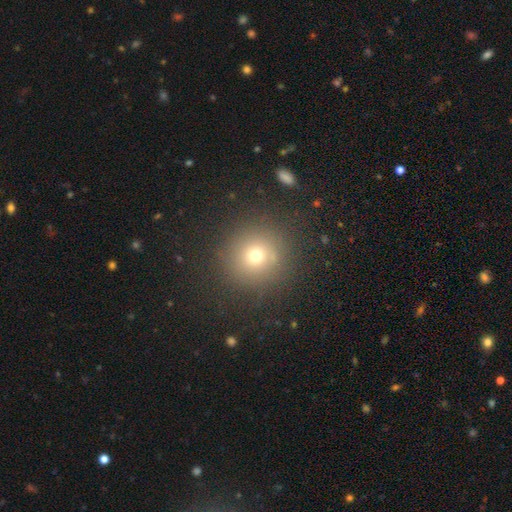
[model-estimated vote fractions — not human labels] Overall: smooth (69%). How rounded: round (93%). Merging: none (85%).